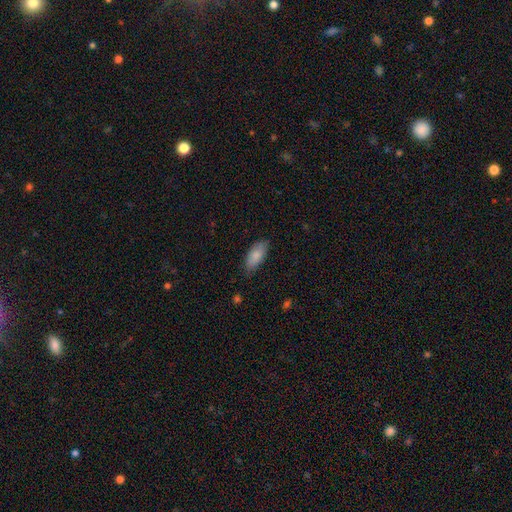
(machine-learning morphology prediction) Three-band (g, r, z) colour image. It shows a smooth galaxy with no disk features (86%) that is in between round and cigar-shaped (85%). Merging: none (81%).